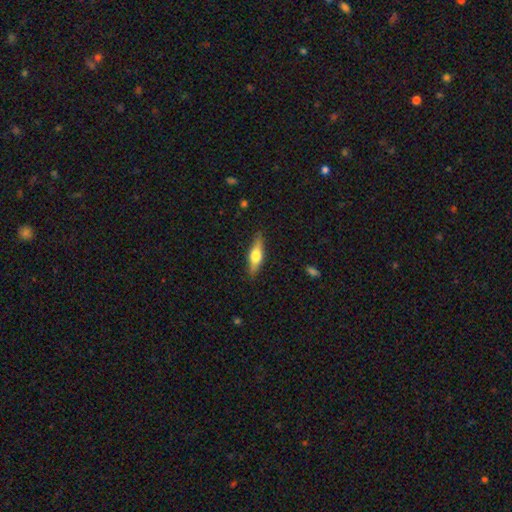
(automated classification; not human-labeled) A smooth galaxy with no disk features (49%).

Vote fractions:
- Smooth or featured? smooth: 49% / featured or disk: 45% / star or artifact: 6%
- Merging? none: 87% / minor disturbance: 10% / major disturbance: 2% / merger: 1%